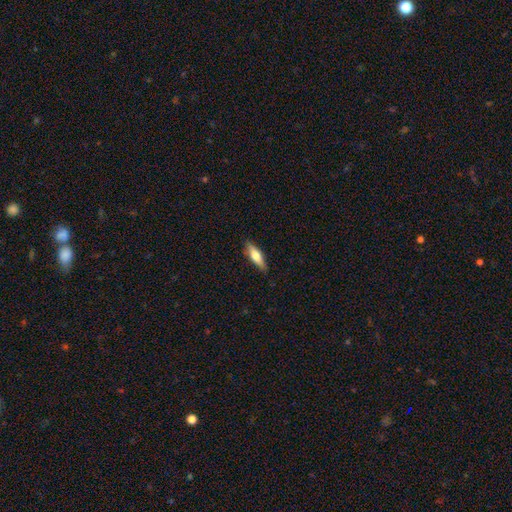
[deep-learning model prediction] Q: Smooth or featured?
A: smooth (64%); runner-up: featured or disk (30%)
Q: How rounded?
A: cigar-shaped (53%); runner-up: in between (45%)
Q: Merging?
A: none (84%); runner-up: minor disturbance (12%)